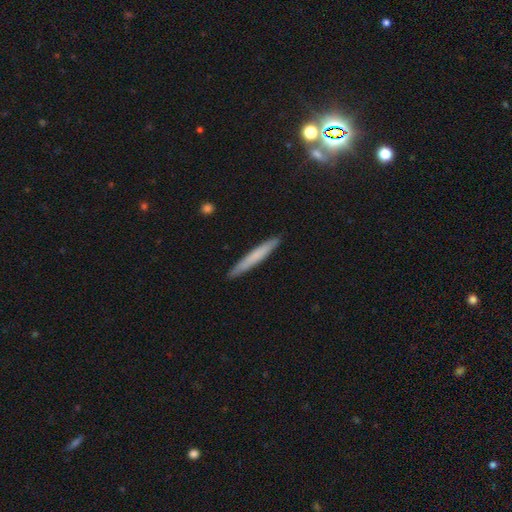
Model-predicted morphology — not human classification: A smooth galaxy with no disk features (67%) that is cigar-shaped (96%). Merging: none (91%).